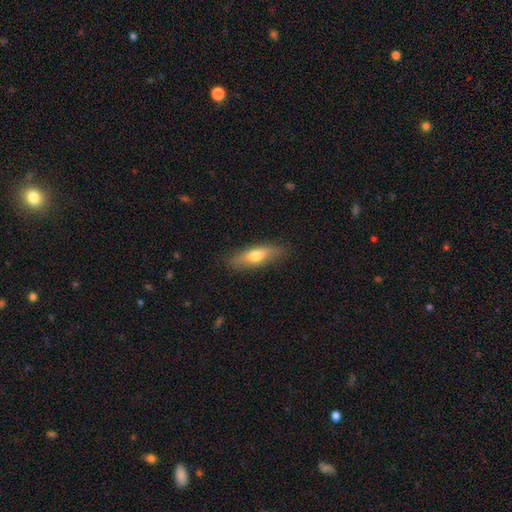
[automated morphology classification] Smooth or featured? Predicted: smooth (p=0.62). How rounded? Predicted: cigar-shaped (p=0.49). Merging? Predicted: none (p=0.83).